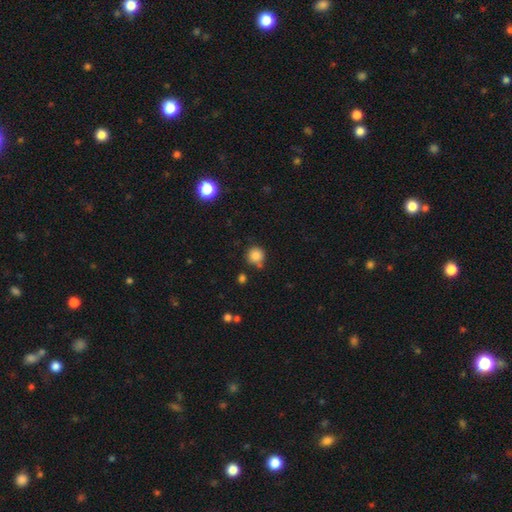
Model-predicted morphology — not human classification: Smooth or featured: smooth — 85% (star or artifact — 11%)
How rounded: round — 92% (in between — 7%)
Merging: none — 74% (minor disturbance — 13%)